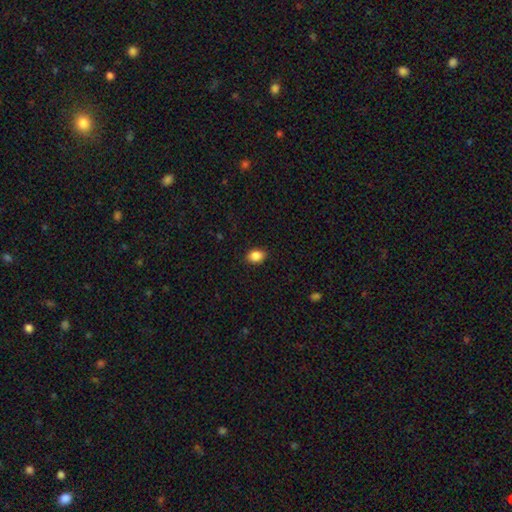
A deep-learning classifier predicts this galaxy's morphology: Smooth or featured: smooth — 87% (star or artifact — 9%)
How rounded: in between — 71% (round — 28%)
Merging: none — 89% (minor disturbance — 8%)